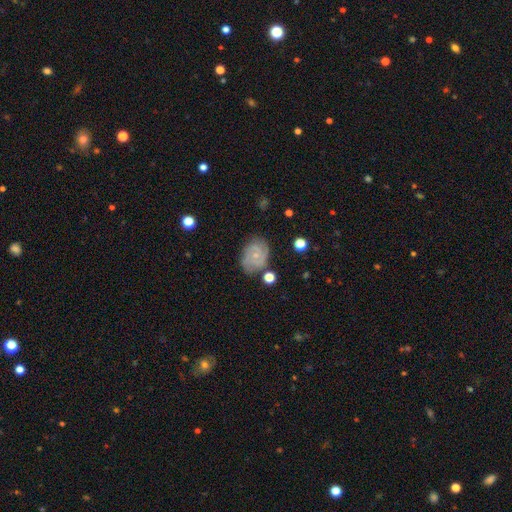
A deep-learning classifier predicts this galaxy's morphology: Smooth or featured? Predicted: featured or disk (p=0.69). Edge-on disk? Predicted: no (p=0.98). Bar? Predicted: no (p=0.73). Spiral arms? Predicted: yes (p=0.92). Spiral winding? Predicted: tight (p=0.56). Spiral arm count? Predicted: 2 (p=0.37). Bulge size? Predicted: small (p=0.77). Merging? Predicted: none (p=0.72).